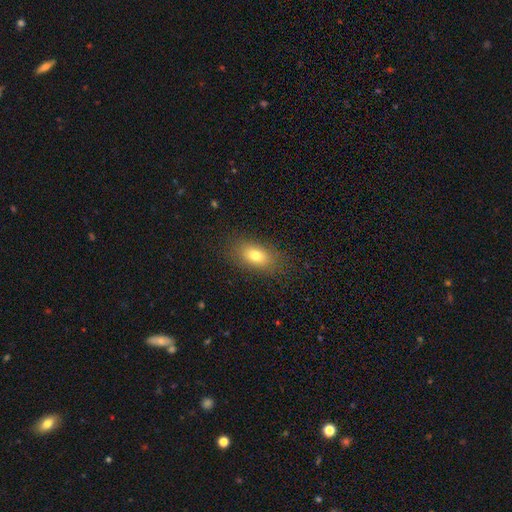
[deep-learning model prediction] This is likely a smooth galaxy (76%). How rounded: clearly in between (83%). Merging: clearly none (84%).